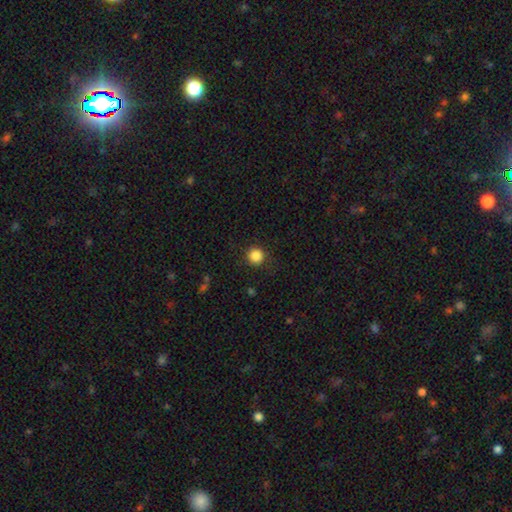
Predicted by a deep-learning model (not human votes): Smooth or featured: smooth — 86% (star or artifact — 10%)
How rounded: round — 95% (in between — 4%)
Merging: none — 88% (minor disturbance — 8%)